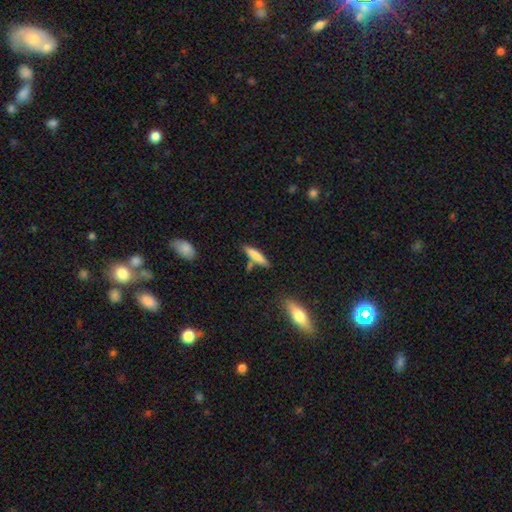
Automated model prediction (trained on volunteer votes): Smooth or featured? smooth (77%)
How rounded? cigar-shaped (81%)
Merging? none (73%)